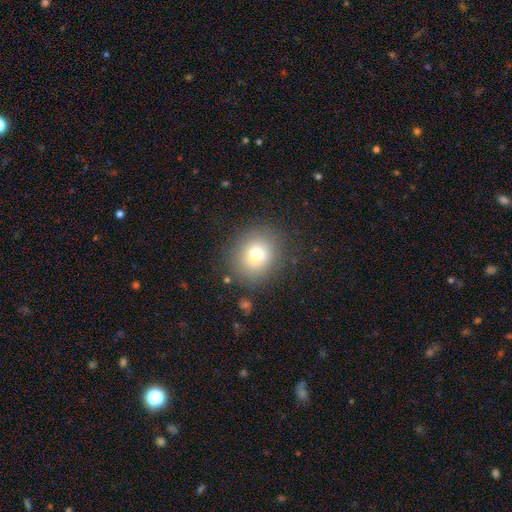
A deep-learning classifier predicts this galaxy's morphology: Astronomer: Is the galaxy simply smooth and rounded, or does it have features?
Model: smooth — 74%.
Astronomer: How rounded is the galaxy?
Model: round — 84%.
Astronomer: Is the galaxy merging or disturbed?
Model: none — 84%.